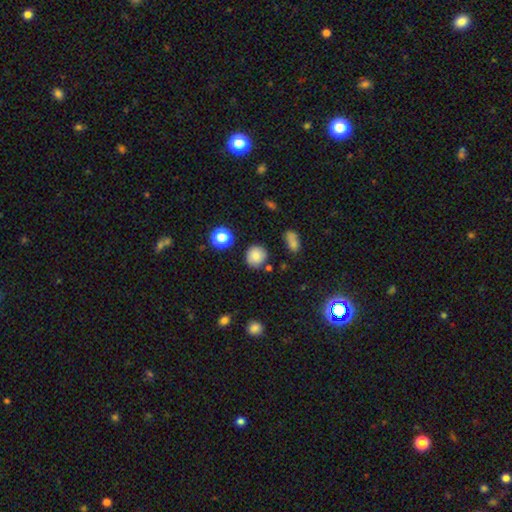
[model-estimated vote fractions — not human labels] A smooth galaxy with no disk features (82%) that is round (88%).

Vote fractions:
- Smooth or featured? smooth: 82% / star or artifact: 11% / featured or disk: 7%
- How rounded? round: 88% / in between: 11% / cigar-shaped: 1%
- Merging? none: 81% / minor disturbance: 12% / merger: 4% / major disturbance: 3%